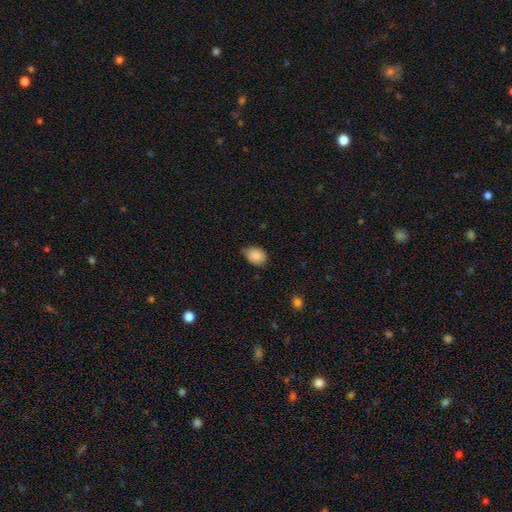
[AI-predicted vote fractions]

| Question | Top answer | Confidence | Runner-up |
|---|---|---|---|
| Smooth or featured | smooth | 84% | featured or disk (8%) |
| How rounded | in between | 69% | round (30%) |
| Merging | none | 58% | minor disturbance (35%) |